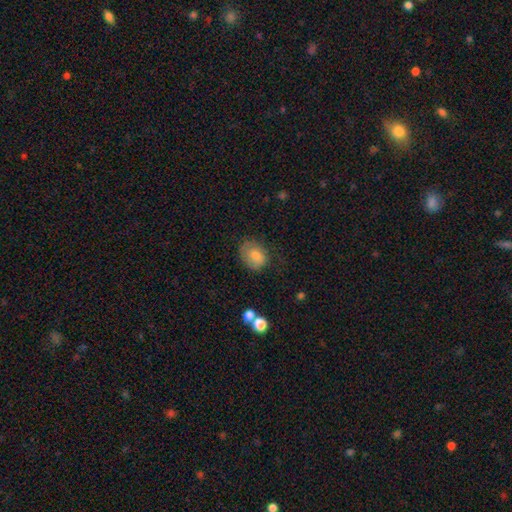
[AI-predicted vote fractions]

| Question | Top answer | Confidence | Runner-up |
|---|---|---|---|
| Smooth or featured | smooth | 68% | featured or disk (23%) |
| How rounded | in between | 52% | round (47%) |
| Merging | none | 61% | minor disturbance (26%) |